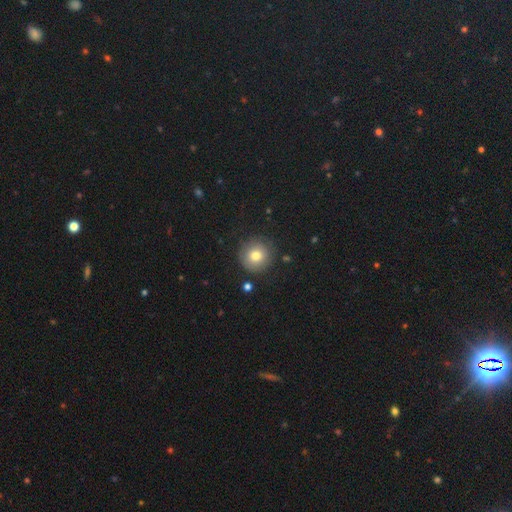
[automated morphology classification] This appears to be a smooth galaxy with no disk features (78%) that is round (94%). Merging: none (85%).